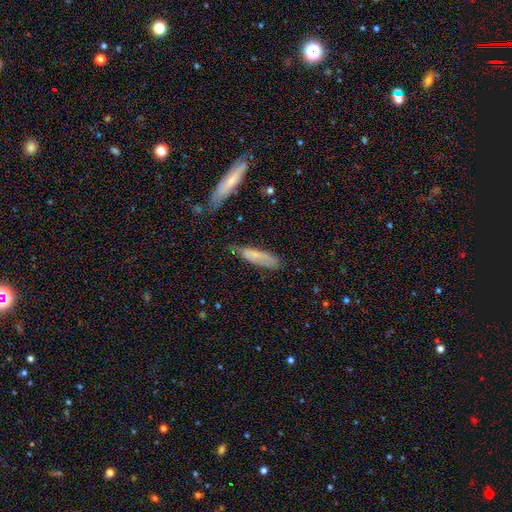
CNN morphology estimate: Q: Smooth or featured?
A: smooth (65%); runner-up: featured or disk (28%)
Q: How rounded?
A: cigar-shaped (65%); runner-up: in between (33%)
Q: Merging?
A: none (58%); runner-up: minor disturbance (30%)